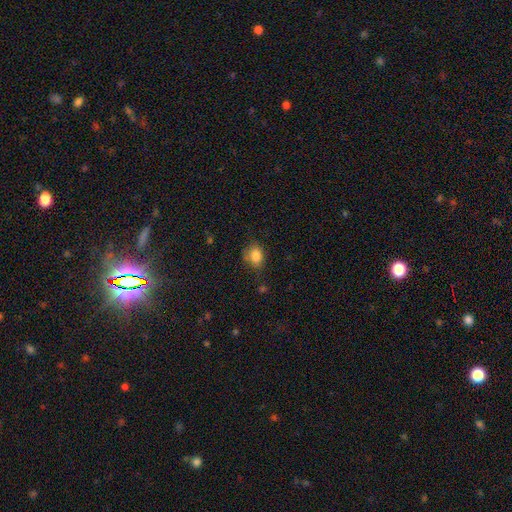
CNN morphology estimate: smooth 84%, star or artifact 9%, featured or disk 7%. Down the decision tree: how rounded — in between (60%); merging — none (62%).